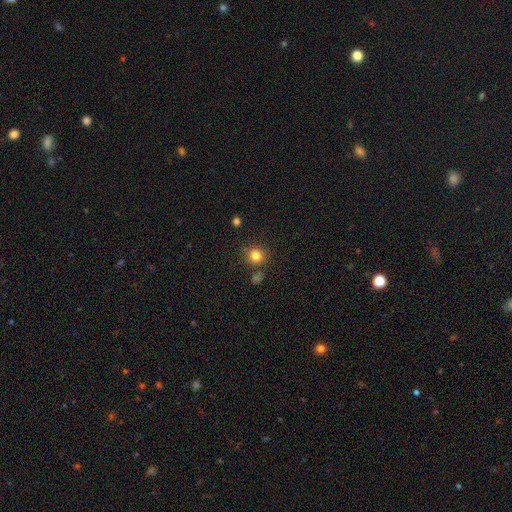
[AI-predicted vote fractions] smooth 81%, star or artifact 13%, featured or disk 6%. Down the decision tree: how rounded — round (89%); merging — none (80%).